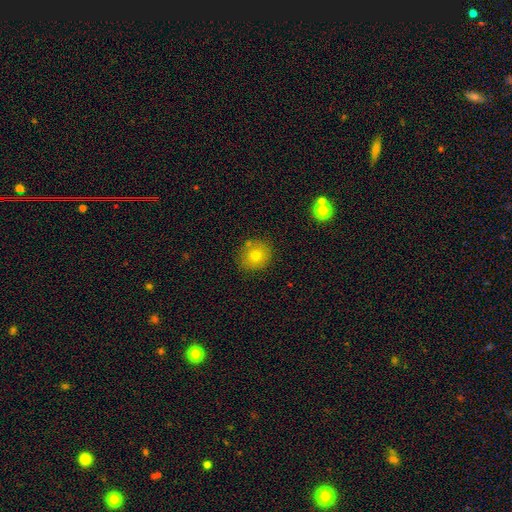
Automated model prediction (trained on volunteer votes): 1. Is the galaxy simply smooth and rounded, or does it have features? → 75% smooth, 13% featured or disk, 12% star or artifact.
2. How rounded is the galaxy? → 84% round, 15% in between, 1% cigar-shaped.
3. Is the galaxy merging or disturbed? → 80% none, 11% minor disturbance, 6% merger, 3% major disturbance.